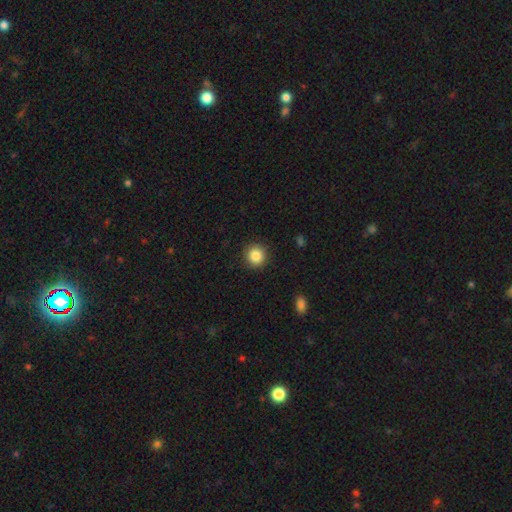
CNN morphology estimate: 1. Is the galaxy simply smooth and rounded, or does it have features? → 86% smooth, 9% star or artifact, 5% featured or disk.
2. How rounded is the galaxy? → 93% round, 6% in between, 1% cigar-shaped.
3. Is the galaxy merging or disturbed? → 91% none, 6% minor disturbance, 2% major disturbance, 1% merger.